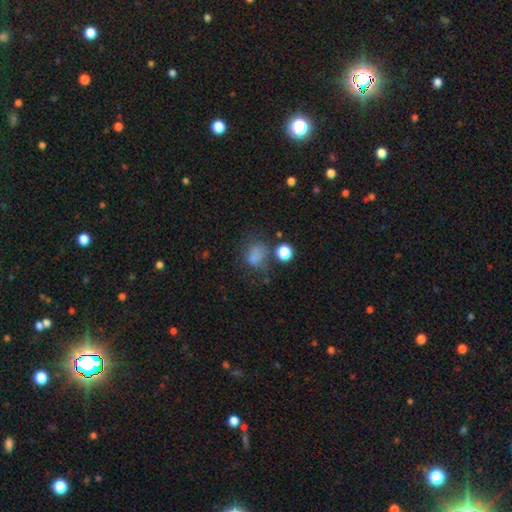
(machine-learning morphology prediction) Smooth or featured: smooth — 73% (star or artifact — 16%)
How rounded: round — 50% (in between — 49%)
Merging: none — 44% (minor disturbance — 24%)